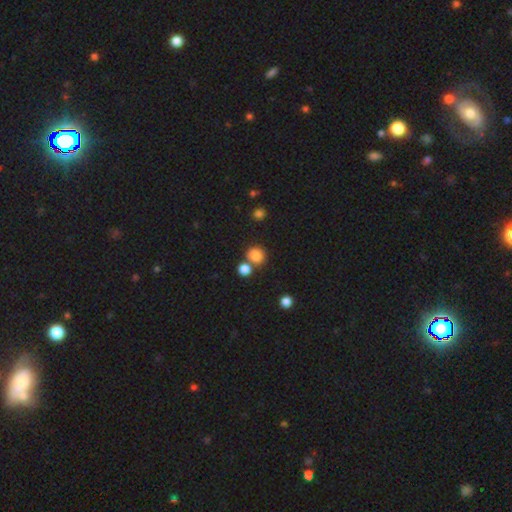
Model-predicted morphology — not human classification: This appears to be a smooth galaxy with no disk features (83%) that is round (79%). Merging: none (61%).